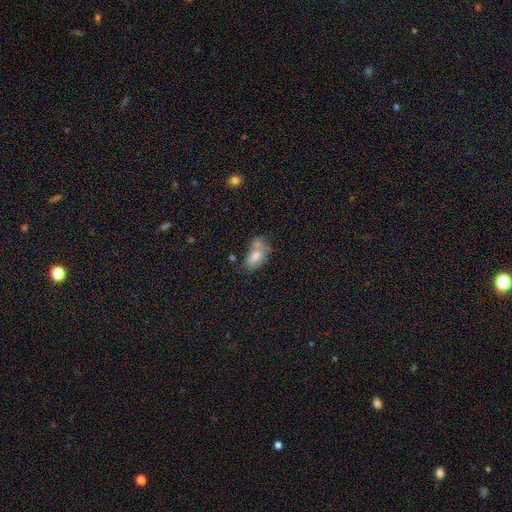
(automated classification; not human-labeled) This appears to be a smooth galaxy with no disk features (74%) that is in between round and cigar-shaped (90%). Merging: none (35%).